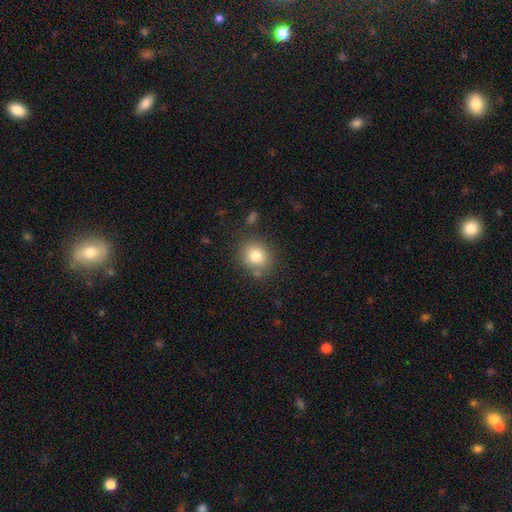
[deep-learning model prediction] Smooth or featured? smooth (80%)
How rounded? round (75%)
Merging? none (79%)